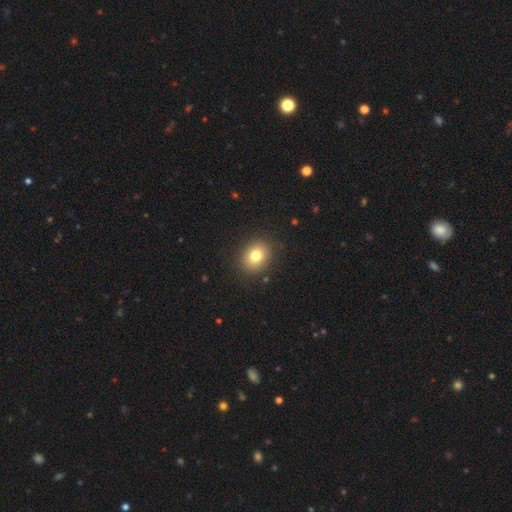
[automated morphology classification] smooth-or-featured: smooth: 79% | star or artifact: 11% | featured or disk: 10%
  how-rounded: round: 57% | in between: 42% | cigar-shaped: 1%
  merging: none: 88% | minor disturbance: 8% | major disturbance: 3% | merger: 1%